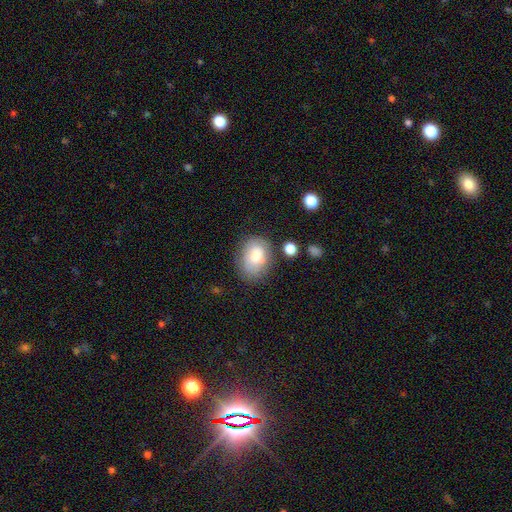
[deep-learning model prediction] Smooth or featured: smooth — 72% (featured or disk — 20%)
How rounded: in between — 73% (round — 25%)
Merging: none — 66% (minor disturbance — 22%)